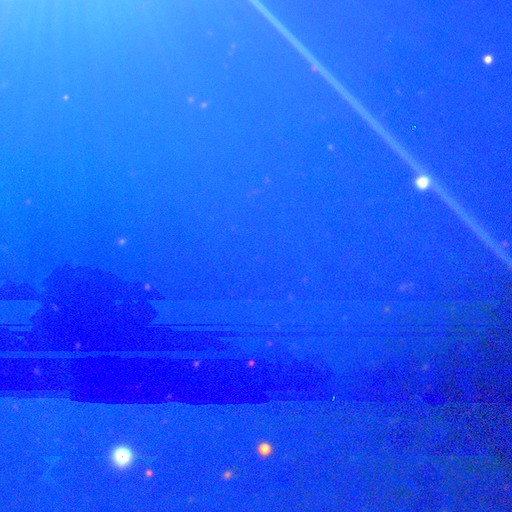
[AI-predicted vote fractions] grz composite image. It shows a star or artifact, not a galaxy (85%).